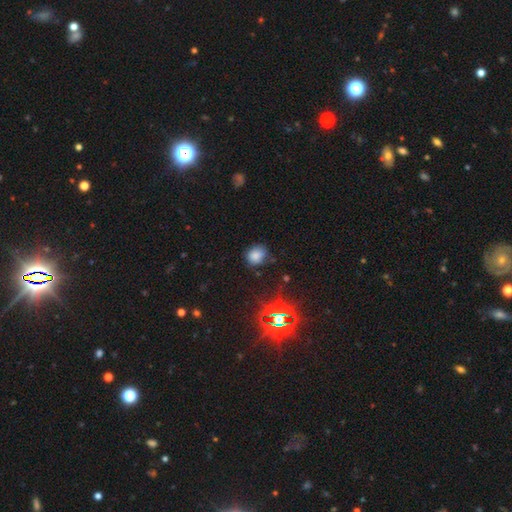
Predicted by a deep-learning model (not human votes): This is likely a smooth galaxy (75%). How rounded: likely round (63%). Merging: likely none (69%).